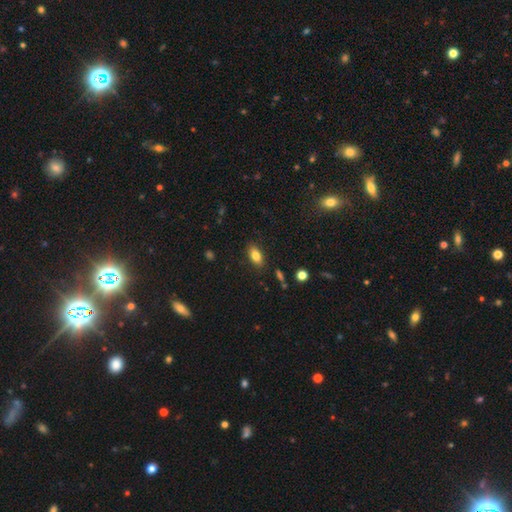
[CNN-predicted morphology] Smooth or featured: smooth — 81% (featured or disk — 10%)
How rounded: in between — 87% (cigar-shaped — 7%)
Merging: none — 86% (minor disturbance — 10%)